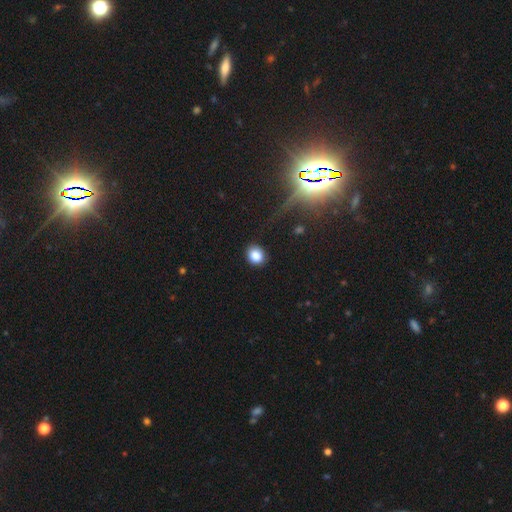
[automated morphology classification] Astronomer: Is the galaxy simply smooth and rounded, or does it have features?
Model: smooth — 85%.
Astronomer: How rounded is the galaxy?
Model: round — 70%.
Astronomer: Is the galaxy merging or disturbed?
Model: none — 88%.